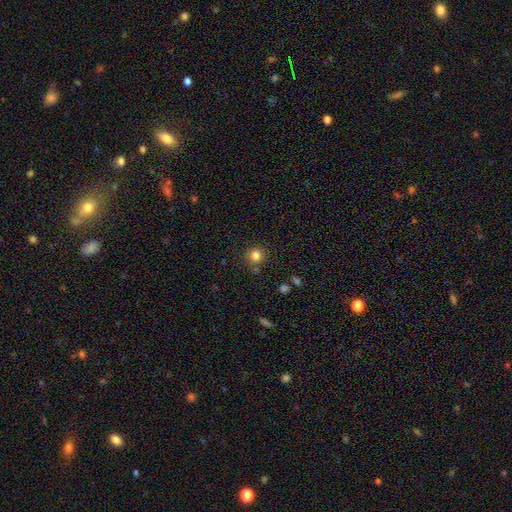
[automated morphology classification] Smooth or featured? smooth (82%)
How rounded? round (92%)
Merging? none (81%)